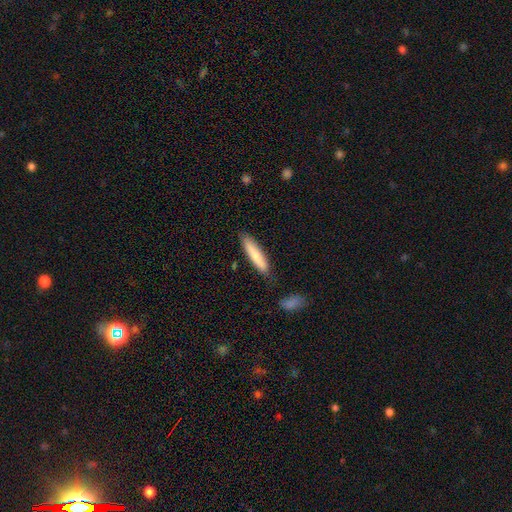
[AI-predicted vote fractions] Smooth or featured? smooth (79%)
How rounded? cigar-shaped (83%)
Merging? none (81%)